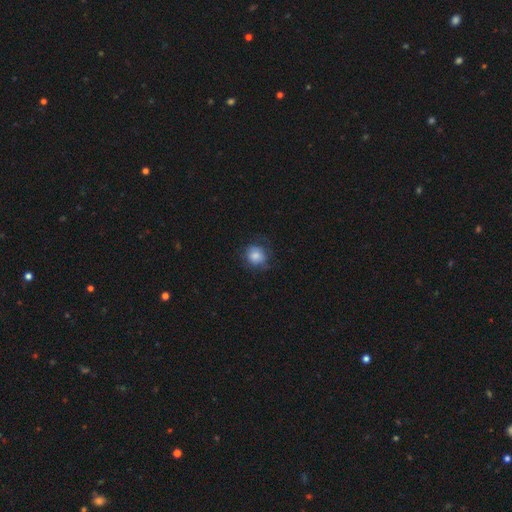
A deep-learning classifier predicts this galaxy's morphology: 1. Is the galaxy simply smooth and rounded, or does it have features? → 78% smooth, 13% featured or disk, 9% star or artifact.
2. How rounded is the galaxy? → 80% round, 19% in between, 1% cigar-shaped.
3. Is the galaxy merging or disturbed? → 69% none, 20% minor disturbance, 10% major disturbance, 1% merger.